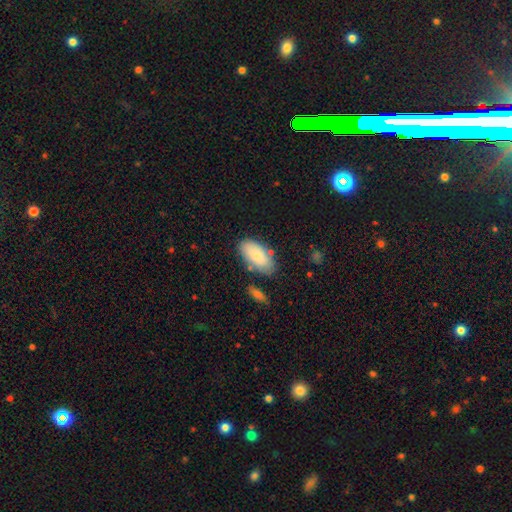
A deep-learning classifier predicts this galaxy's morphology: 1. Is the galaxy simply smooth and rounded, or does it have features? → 83% smooth, 11% featured or disk, 6% star or artifact.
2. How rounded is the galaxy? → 94% in between, 4% cigar-shaped, 3% round.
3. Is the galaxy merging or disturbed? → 73% none, 16% minor disturbance, 7% merger, 4% major disturbance.